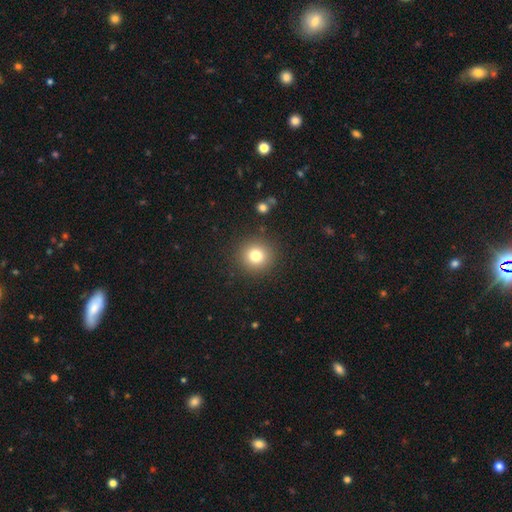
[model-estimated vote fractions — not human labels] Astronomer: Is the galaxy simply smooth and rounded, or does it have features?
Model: smooth — 78%.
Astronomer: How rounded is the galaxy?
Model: round — 94%.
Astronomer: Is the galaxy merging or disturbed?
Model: none — 90%.